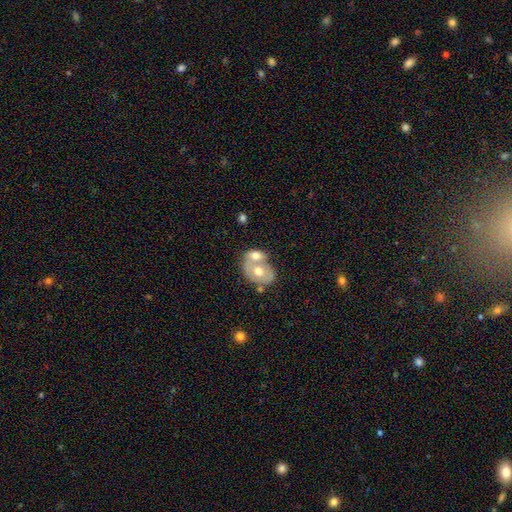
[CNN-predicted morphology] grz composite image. It shows a smooth galaxy with no disk features (54%) that is in between round and cigar-shaped (69%). Merging: merger (67%).